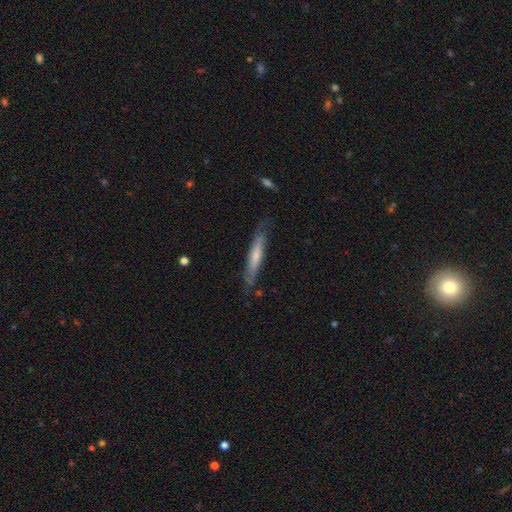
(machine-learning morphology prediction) This appears to be a smooth galaxy with no disk features (53%) that is cigar-shaped (92%). Merging: none (74%).